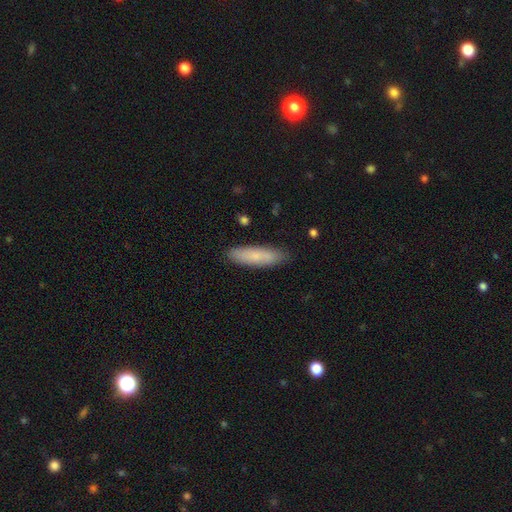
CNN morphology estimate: A smooth galaxy with no disk features (74%) that is cigar-shaped (64%).

Vote fractions:
- Smooth or featured? smooth: 74% / featured or disk: 20% / star or artifact: 6%
- How rounded? cigar-shaped: 64% / in between: 35% / round: 2%
- Merging? none: 87% / minor disturbance: 10% / major disturbance: 2% / merger: 1%